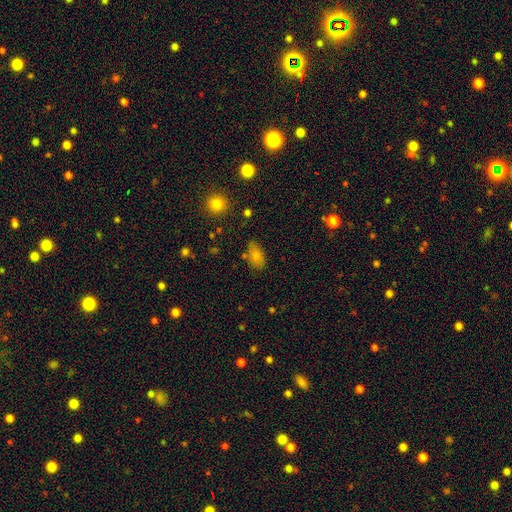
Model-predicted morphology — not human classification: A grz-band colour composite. It shows a smooth galaxy with no disk features (79%) that is in between round and cigar-shaped (90%). Merging: none (73%).